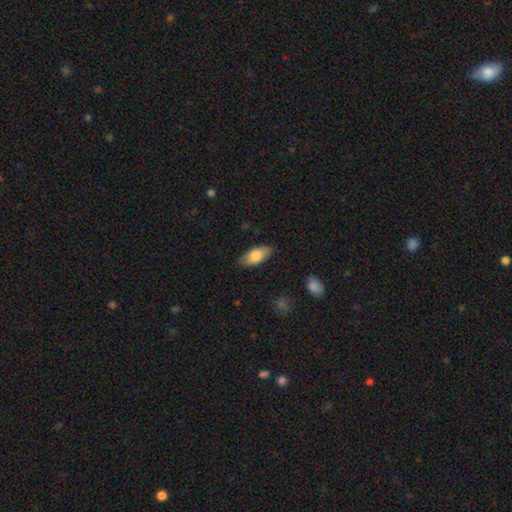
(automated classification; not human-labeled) A smooth galaxy with no disk features (79%) that is in between round and cigar-shaped (88%). Merging: none (83%).